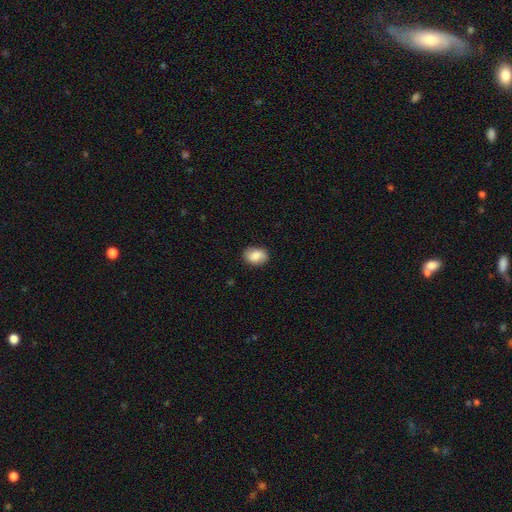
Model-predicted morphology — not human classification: The model was most divided on "how rounded": in between: 73%, round: 26%, cigar-shaped: 1%. More confident: merging — none (85%); smooth or featured — smooth (80%).